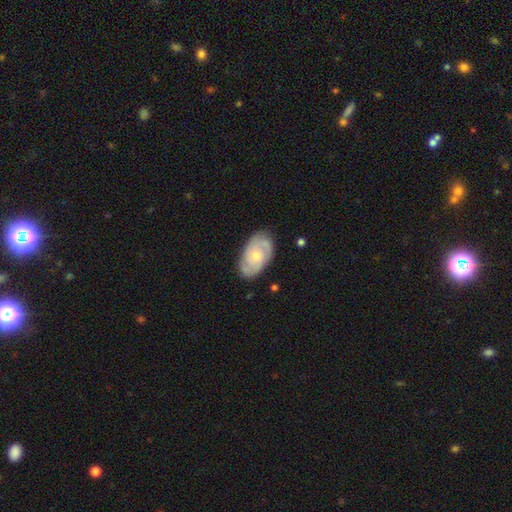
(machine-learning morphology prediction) Smooth or featured?
  - featured or disk: 69% *
  - smooth: 26%
  - star or artifact: 5%
Edge-on disk?
  - no: 96% *
  - yes: 4%
Bar?
  - no: 72% *
  - weak: 25%
  - strong: 3%
Spiral arms?
  - yes: 91% *
  - no: 9%
Spiral winding?
  - tight: 50% *
  - medium: 39%
  - loose: 11%
Spiral arm count?
  - 2: 47% *
  - can't tell: 24%
  - 3: 19%
  - 4: 4%
  - 1: 3%
  - more than 4: 3%
Bulge size?
  - small: 52% *
  - moderate: 43%
  - none: 2%
  - large: 2%
  - dominant: 1%
Merging?
  - none: 77% *
  - minor disturbance: 17%
  - major disturbance: 4%
  - merger: 1%